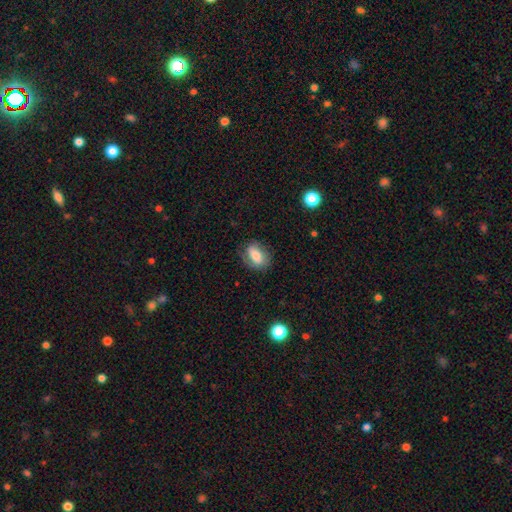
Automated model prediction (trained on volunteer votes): This appears to be a smooth galaxy with no disk features (69%) that is in between round and cigar-shaped (81%). Merging: none (72%).